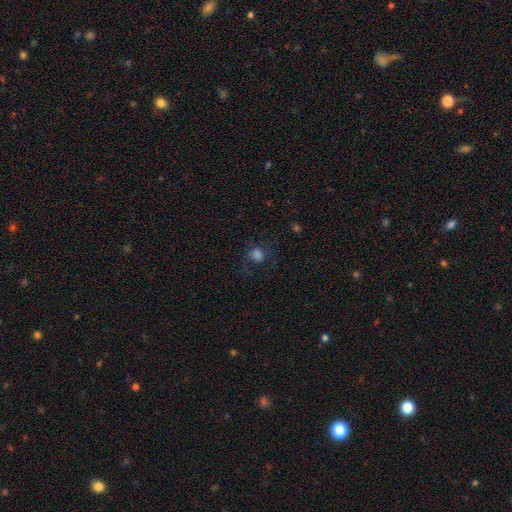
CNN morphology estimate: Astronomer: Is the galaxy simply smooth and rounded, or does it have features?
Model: smooth — 56%.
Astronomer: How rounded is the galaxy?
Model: round — 71%.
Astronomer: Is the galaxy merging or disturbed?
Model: none — 64%.